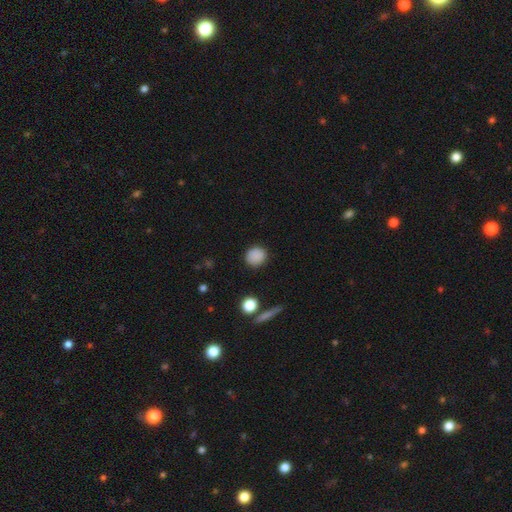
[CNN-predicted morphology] type=smooth (85%); roundness=round (89%); merging=none (87%).